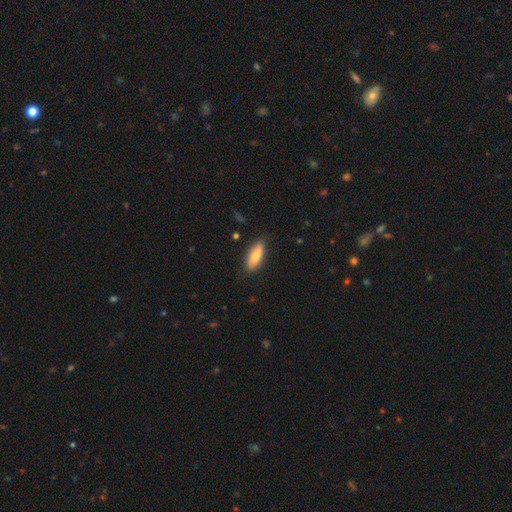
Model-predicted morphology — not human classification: The model was most divided on "how rounded": in between: 64%, cigar-shaped: 34%, round: 2%. More confident: merging — none (86%); smooth or featured — smooth (78%).